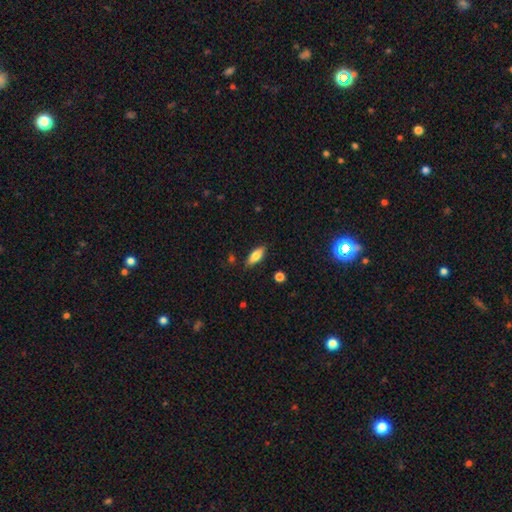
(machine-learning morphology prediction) Smooth or featured: smooth — 76% (featured or disk — 17%)
How rounded: in between — 71% (cigar-shaped — 26%)
Merging: none — 85% (minor disturbance — 11%)